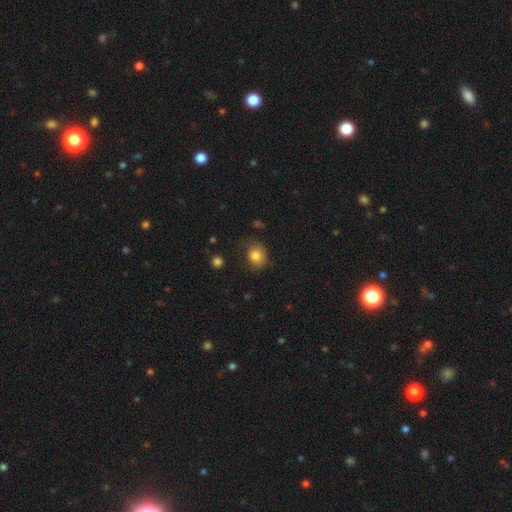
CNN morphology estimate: Overall: smooth (82%). How rounded: round (65%; in between 34%). Merging: none (66%).